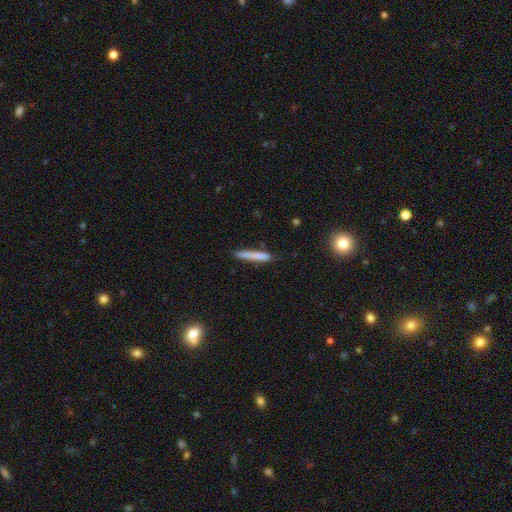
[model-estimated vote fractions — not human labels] A smooth galaxy with no disk features (76%) that is cigar-shaped (95%). Merging: none (85%).